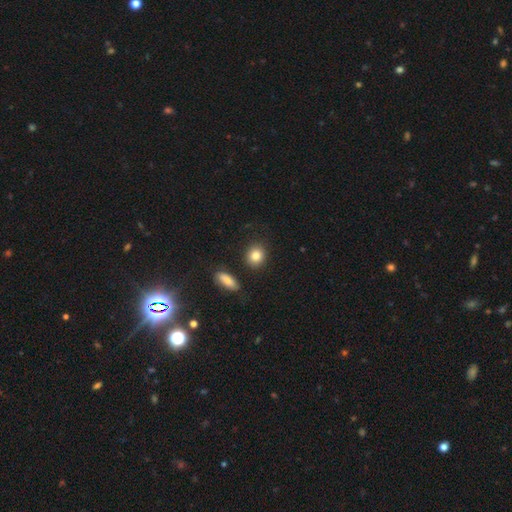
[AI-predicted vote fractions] Morphology: type=smooth (84%); roundness=round (72%); merging=none (85%).